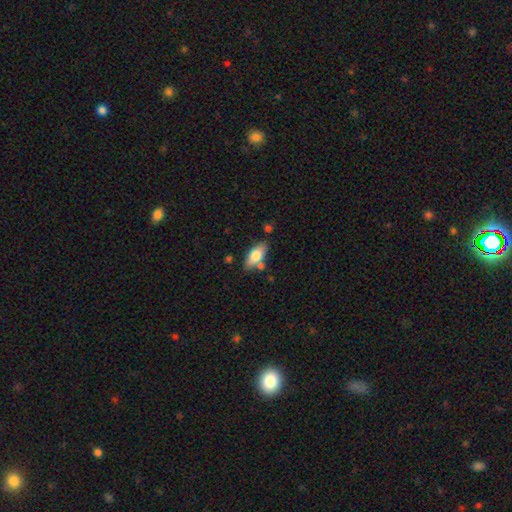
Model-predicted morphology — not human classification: This appears to be a smooth galaxy with no disk features (72%) that is in between round and cigar-shaped (80%). Merging: none (72%).